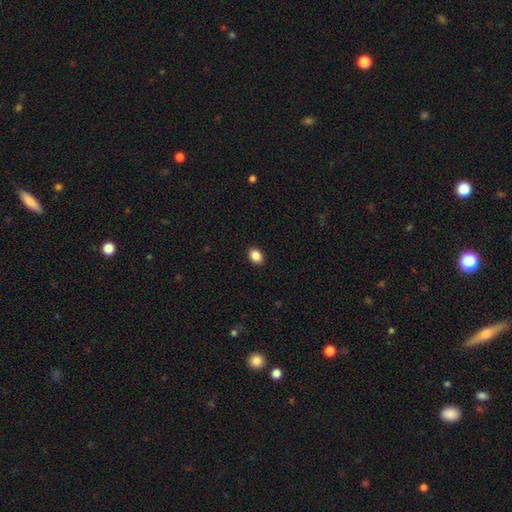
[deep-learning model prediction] smooth-or-featured: smooth: 88% | star or artifact: 9% | featured or disk: 3%
  how-rounded: in between: 66% | round: 33% | cigar-shaped: 1%
  merging: none: 91% | minor disturbance: 6% | major disturbance: 2% | merger: 1%